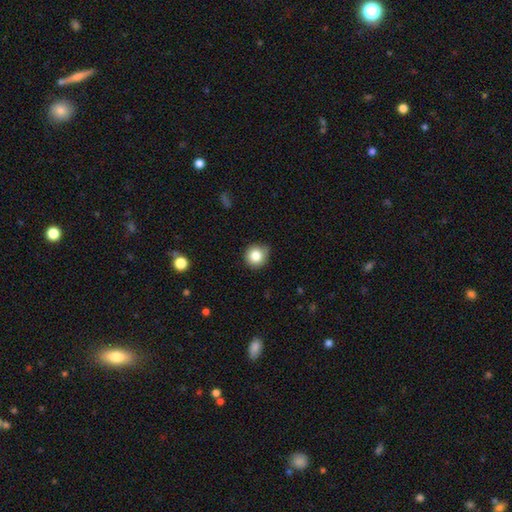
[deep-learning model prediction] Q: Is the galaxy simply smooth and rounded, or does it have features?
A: smooth — 82%.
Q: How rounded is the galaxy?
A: round — 93%.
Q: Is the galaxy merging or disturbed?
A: none — 76%.